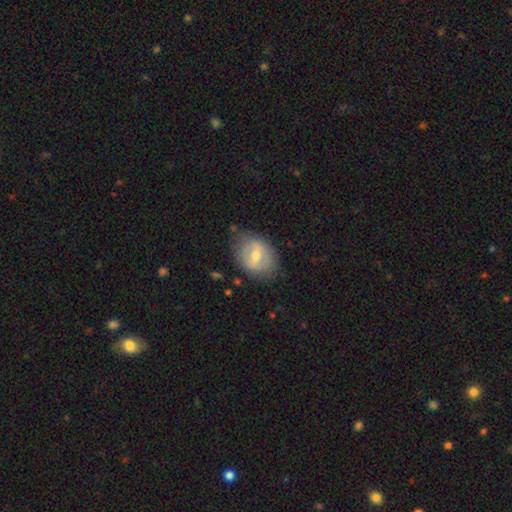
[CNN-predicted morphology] smooth_or_featured: featured or disk (p=0.53) [alt: smooth p=0.39]
disk_edge_on: no (p=0.92) [alt: yes p=0.08]
merging: none (p=0.76) [alt: minor disturbance p=0.17]